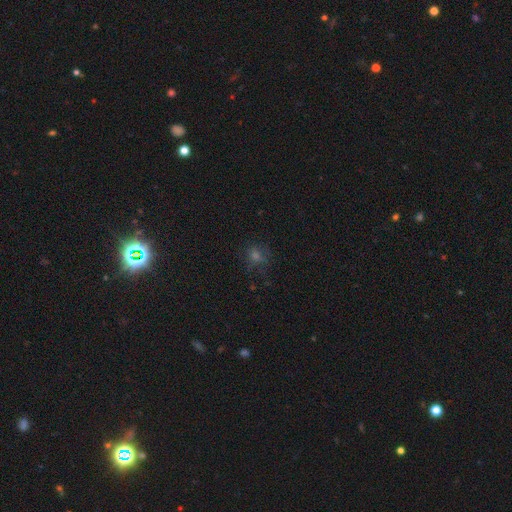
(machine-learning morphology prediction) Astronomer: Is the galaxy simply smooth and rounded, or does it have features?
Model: smooth — 44% (runner-up: star or artifact, 41%).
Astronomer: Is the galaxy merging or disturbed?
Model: none — 73%.